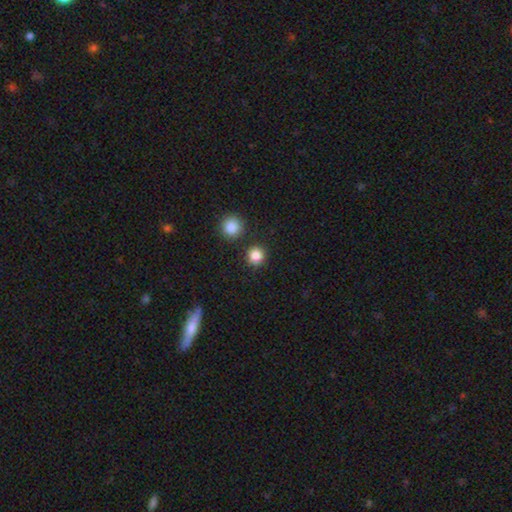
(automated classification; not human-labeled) Morphology: type=smooth (85%); roundness=round (92%); merging=none (85%).